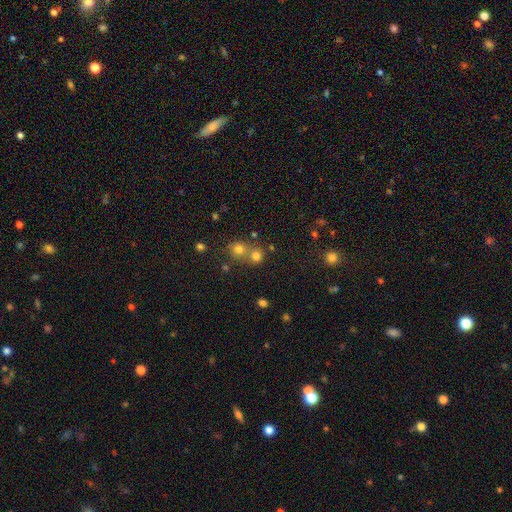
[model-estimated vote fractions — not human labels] smooth-or-featured: smooth: 72% | star or artifact: 19% | featured or disk: 9%
  how-rounded: round: 87% | in between: 12% | cigar-shaped: 1%
  merging: none: 54% | merger: 37% | minor disturbance: 6% | major disturbance: 3%